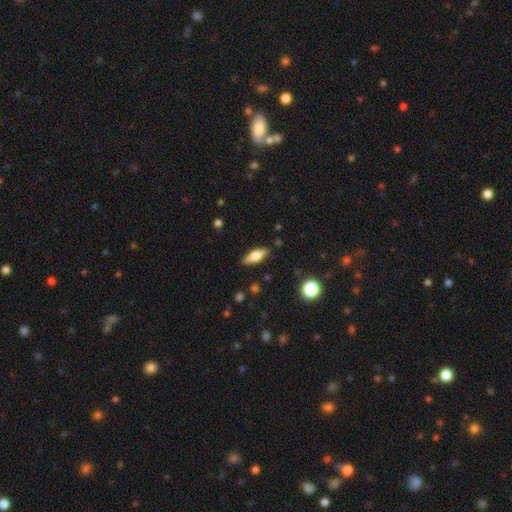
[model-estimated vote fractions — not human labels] A featured or disk galaxy (51%) viewed edge-on (92%). Merging: none (87%).